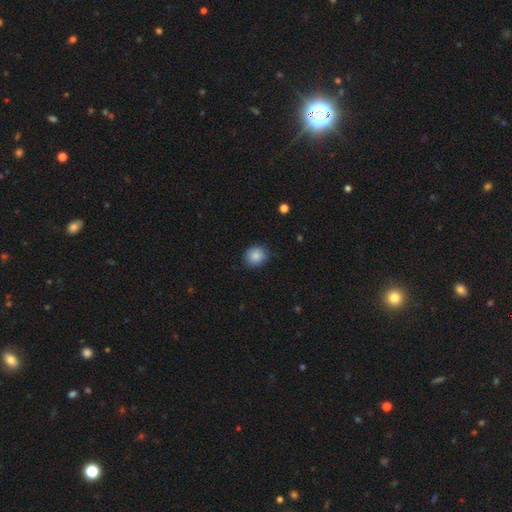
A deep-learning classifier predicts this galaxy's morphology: Q: Smooth or featured?
A: smooth (87%); runner-up: star or artifact (9%)
Q: How rounded?
A: round (81%); runner-up: in between (18%)
Q: Merging?
A: none (85%); runner-up: minor disturbance (12%)